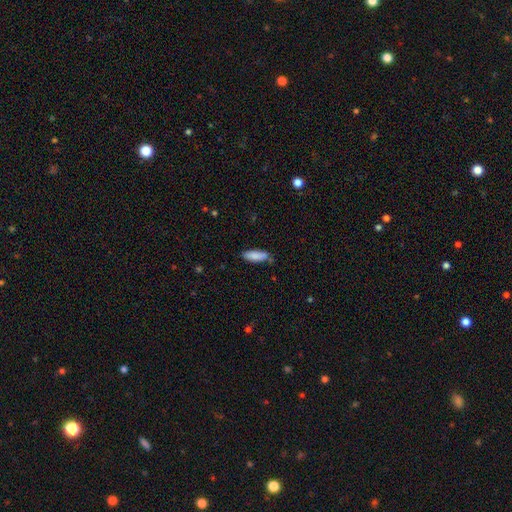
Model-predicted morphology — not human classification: Smooth or featured?
  - smooth: 87% *
  - featured or disk: 7%
  - star or artifact: 6%
How rounded?
  - in between: 61% *
  - cigar-shaped: 37%
  - round: 2%
Merging?
  - none: 75% *
  - minor disturbance: 18%
  - merger: 3%
  - major disturbance: 3%